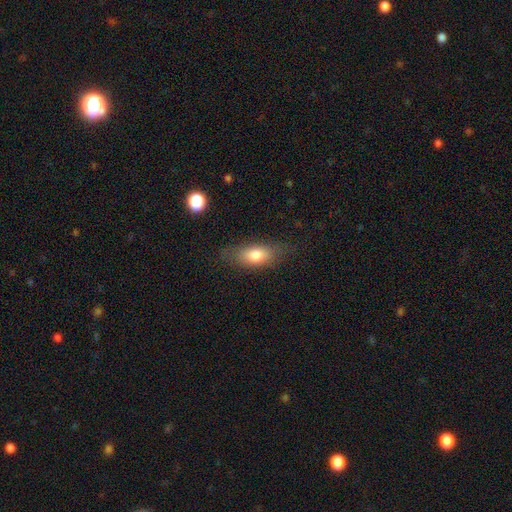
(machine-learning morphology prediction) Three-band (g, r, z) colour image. It shows a smooth galaxy with no disk features (77%) that is in between round and cigar-shaped (81%). Merging: none (76%).